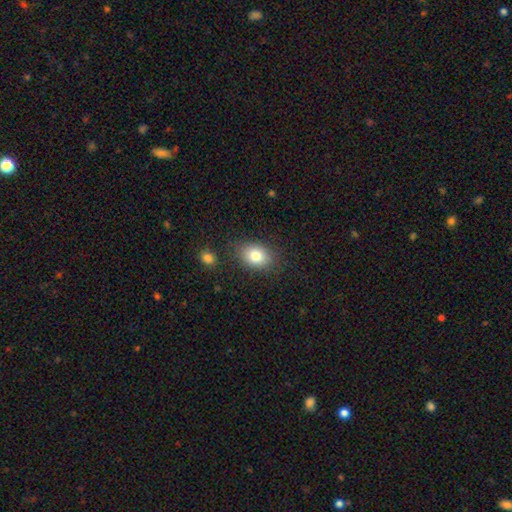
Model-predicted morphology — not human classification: type=smooth (80%); roundness=in between (66%); merging=none (81%).